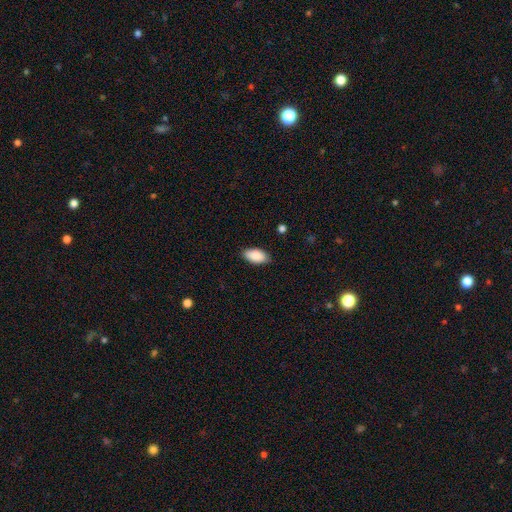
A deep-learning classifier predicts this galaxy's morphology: Smooth or featured? Predicted: smooth (p=0.89). How rounded? Predicted: in between (p=0.94). Merging? Predicted: none (p=0.86).